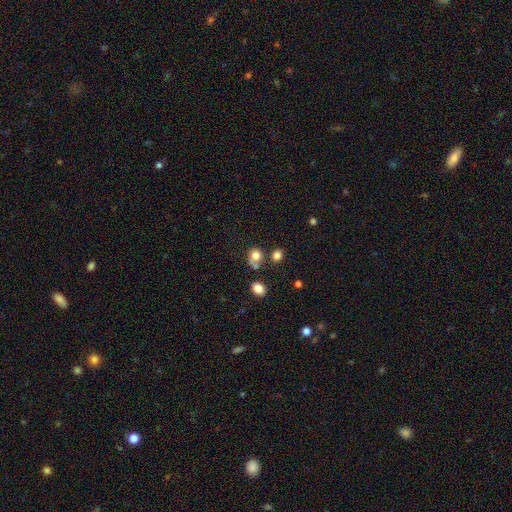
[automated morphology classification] Q: Smooth or featured?
A: smooth (78%); runner-up: star or artifact (13%)
Q: How rounded?
A: round (76%); runner-up: in between (23%)
Q: Merging?
A: none (52%); runner-up: merger (26%)